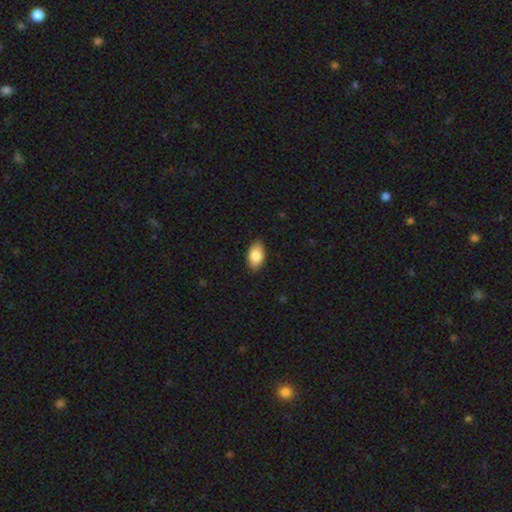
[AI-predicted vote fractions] Smooth or featured? smooth (86%)
How rounded? in between (93%)
Merging? none (85%)